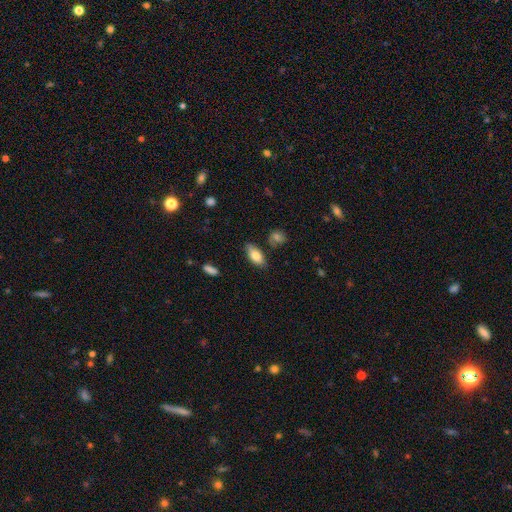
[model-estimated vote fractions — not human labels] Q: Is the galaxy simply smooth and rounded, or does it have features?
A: smooth — 78%.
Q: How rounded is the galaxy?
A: in between — 88%.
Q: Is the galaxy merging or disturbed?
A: none — 71%.